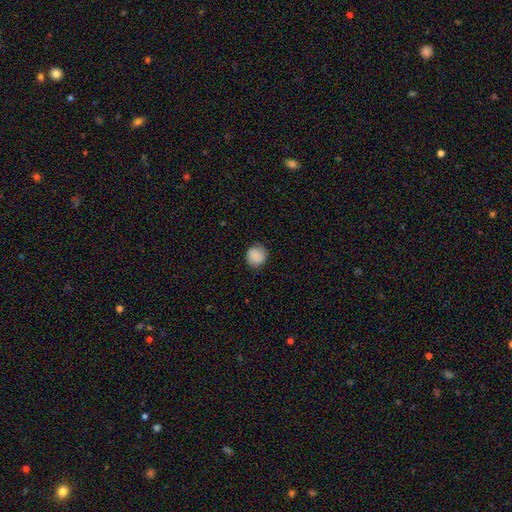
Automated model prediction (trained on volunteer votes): Morphology: type=smooth (86%); roundness=round (89%); merging=none (84%).